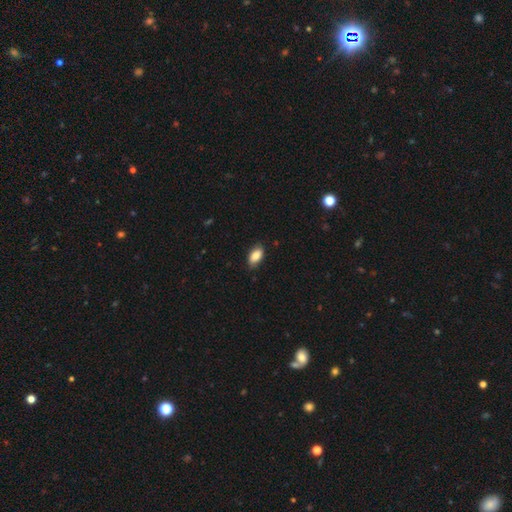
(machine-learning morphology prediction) A smooth galaxy with no disk features (84%) that is in between round and cigar-shaped (92%).

Vote fractions:
- Smooth or featured? smooth: 84% / featured or disk: 9% / star or artifact: 7%
- How rounded? in between: 92% / round: 4% / cigar-shaped: 4%
- Merging? none: 82% / minor disturbance: 15% / major disturbance: 2% / merger: 1%